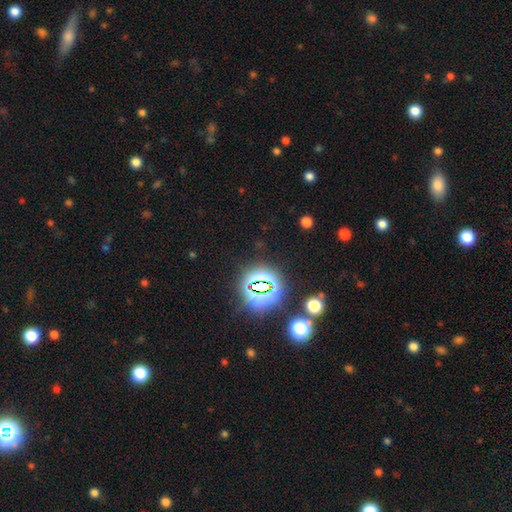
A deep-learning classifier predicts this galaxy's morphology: A star or artifact, not a galaxy (82%).

Vote fractions:
- Smooth or featured? star or artifact: 82% / smooth: 11% / featured or disk: 7%